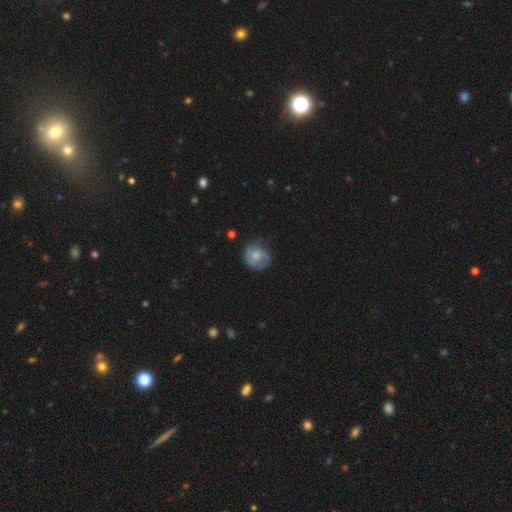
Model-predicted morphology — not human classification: Smooth or featured?
  - smooth: 64% *
  - featured or disk: 29%
  - star or artifact: 8%
How rounded?
  - round: 80% *
  - in between: 19%
  - cigar-shaped: 1%
Merging?
  - none: 60% *
  - minor disturbance: 27%
  - major disturbance: 11%
  - merger: 2%